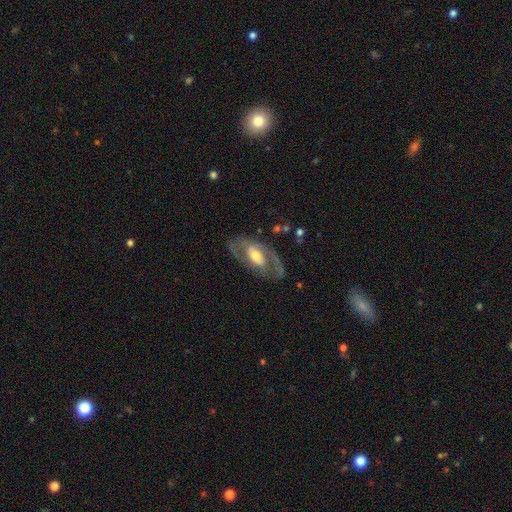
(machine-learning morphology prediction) smooth_or_featured: featured or disk (p=0.75) [alt: smooth p=0.20]
disk_edge_on: no (p=0.91) [alt: yes p=0.09]
bar: no (p=0.42) [alt: weak p=0.34]
has_spiral_arms: yes (p=0.64) [alt: no p=0.36]
bulge_size: moderate (p=0.65) [alt: small p=0.19]
merging: none (p=0.73) [alt: minor disturbance p=0.15]